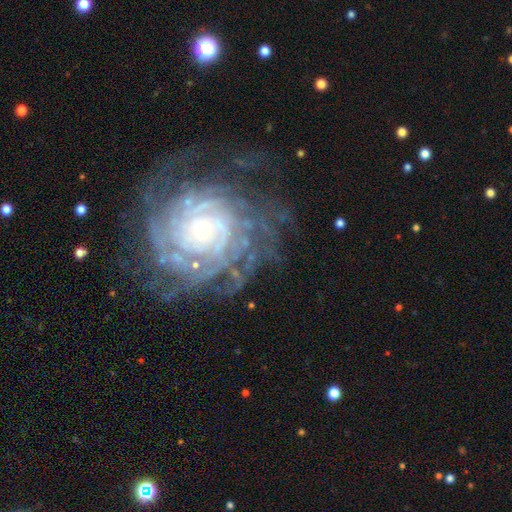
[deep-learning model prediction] Q: Smooth or featured?
A: featured or disk (83%); runner-up: star or artifact (10%)
Q: Edge-on disk?
A: no (97%); runner-up: yes (3%)
Q: Bar?
A: no (73%); runner-up: weak (19%)
Q: Spiral arms?
A: yes (97%); runner-up: no (3%)
Q: Spiral winding?
A: tight (80%); runner-up: medium (16%)
Q: Spiral arm count?
A: can't tell (30%); runner-up: more than 4 (26%)
Q: Bulge size?
A: small (70%); runner-up: moderate (23%)
Q: Merging?
A: none (77%); runner-up: minor disturbance (14%)